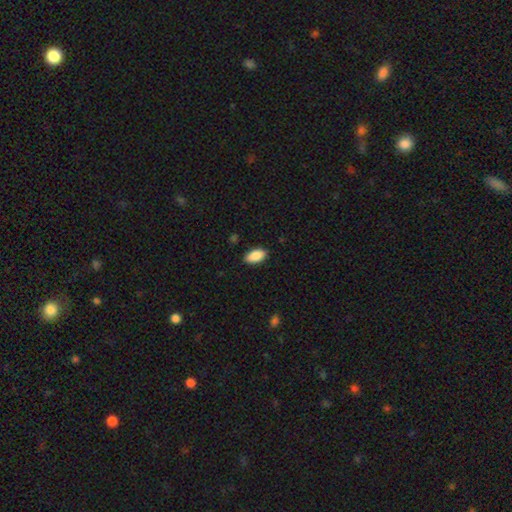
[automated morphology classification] Overall: smooth (89%). How rounded: in between (94%). Merging: none (87%).